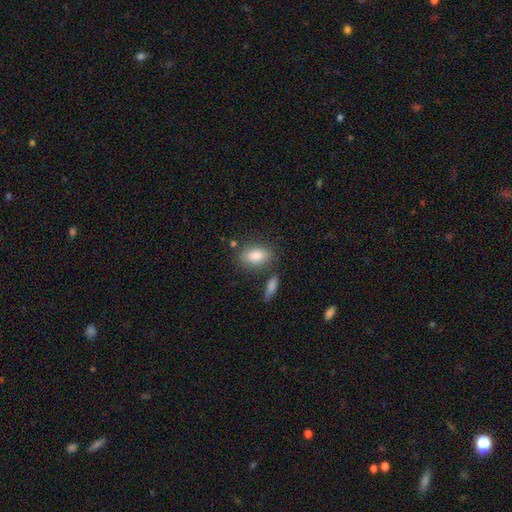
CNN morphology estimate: smooth_or_featured: smooth (p=0.84) [alt: featured or disk p=0.09]
how_rounded: in between (p=0.87) [alt: round p=0.08]
merging: none (p=0.75) [alt: minor disturbance p=0.13]